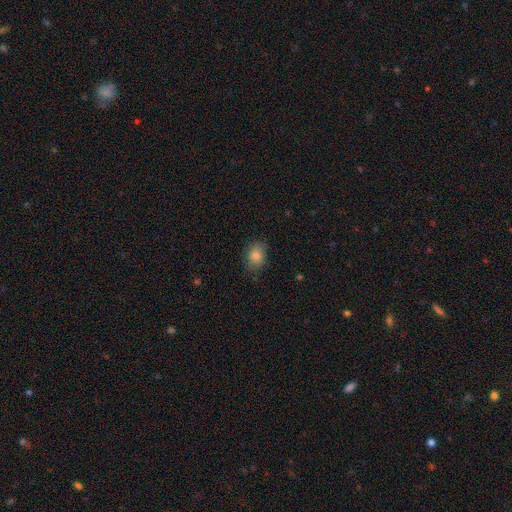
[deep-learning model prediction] Q: Smooth or featured?
A: smooth (82%); runner-up: star or artifact (10%)
Q: How rounded?
A: in between (66%); runner-up: round (33%)
Q: Merging?
A: none (79%); runner-up: minor disturbance (16%)